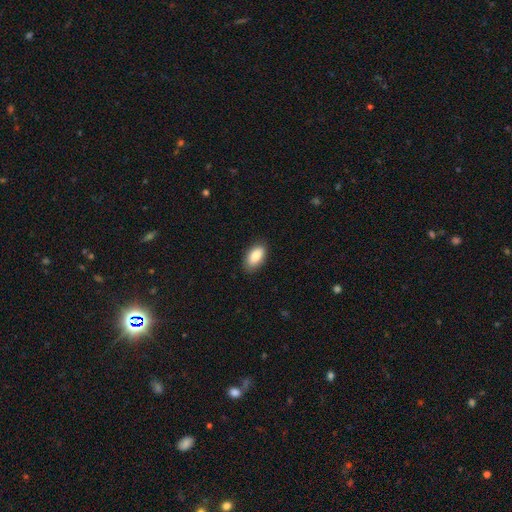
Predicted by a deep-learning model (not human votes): This appears to be a smooth galaxy with no disk features (85%) that is in between round and cigar-shaped (93%). Merging: none (85%).